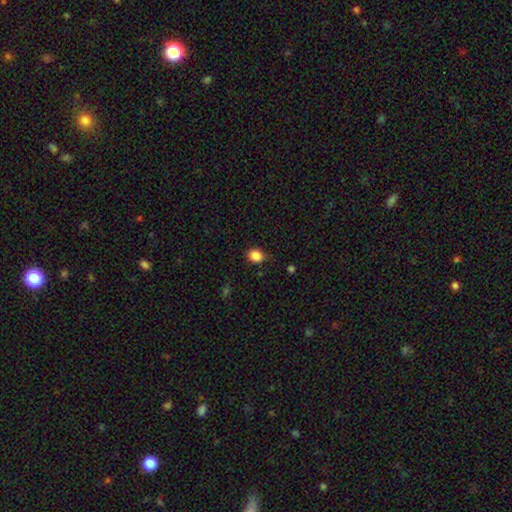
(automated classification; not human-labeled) This appears to be a smooth galaxy with no disk features (87%) that is round (56%). Merging: none (78%).